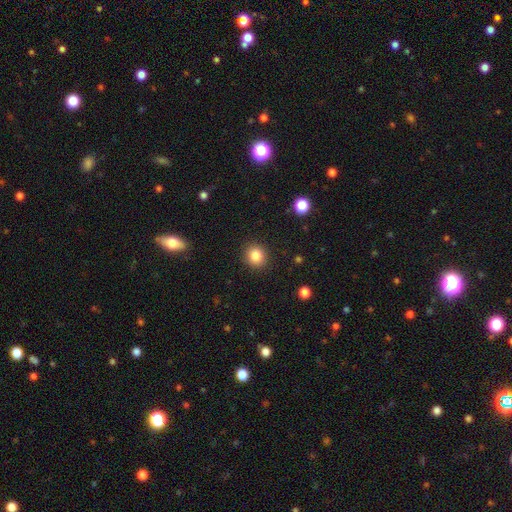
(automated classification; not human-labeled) smooth_or_featured: smooth (p=0.84) [alt: star or artifact p=0.10]
how_rounded: round (p=0.82) [alt: in between p=0.17]
merging: none (p=0.90) [alt: minor disturbance p=0.07]